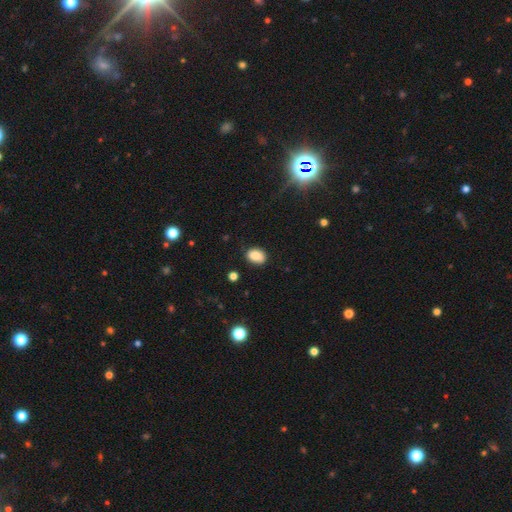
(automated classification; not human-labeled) Overall: smooth (87%). How rounded: in between (76%). Merging: none (81%).